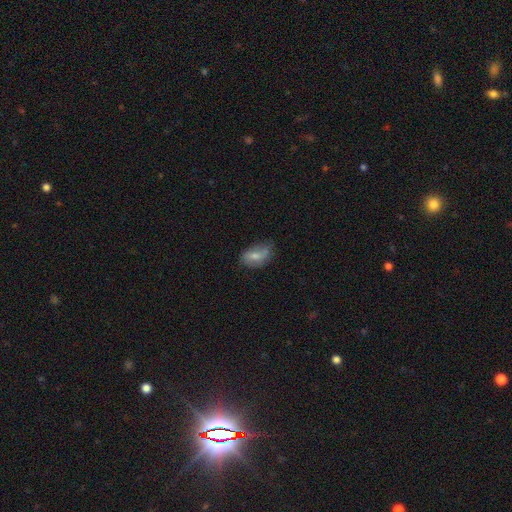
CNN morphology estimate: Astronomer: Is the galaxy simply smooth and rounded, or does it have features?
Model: smooth — 63%.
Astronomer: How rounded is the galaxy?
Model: in between — 90%.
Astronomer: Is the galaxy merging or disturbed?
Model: none — 59%.